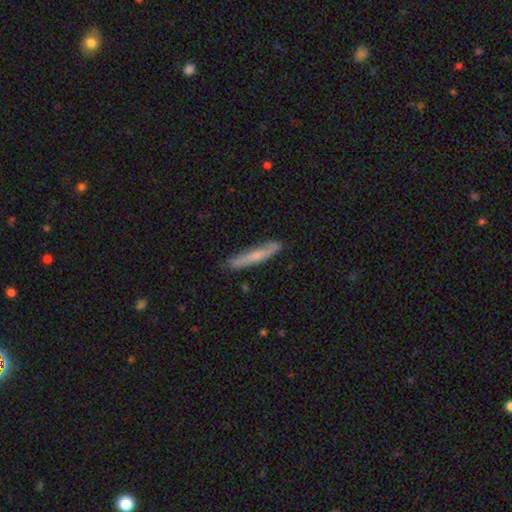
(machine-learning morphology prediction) This appears to be a smooth galaxy with no disk features (56%) that is cigar-shaped (93%). Merging: none (79%).